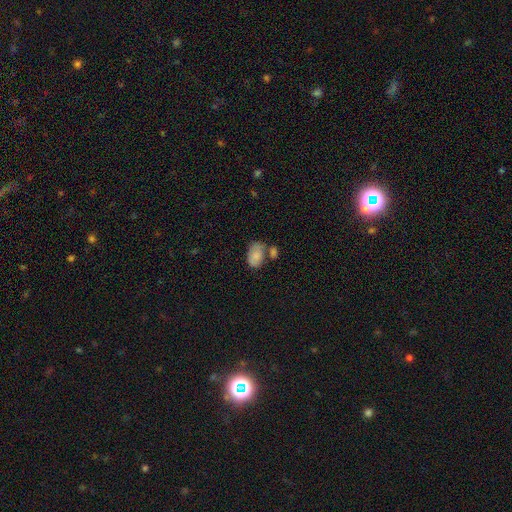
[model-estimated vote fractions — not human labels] Smooth or featured: smooth — 80% (featured or disk — 13%)
How rounded: in between — 88% (round — 11%)
Merging: none — 41% (merger — 28%)